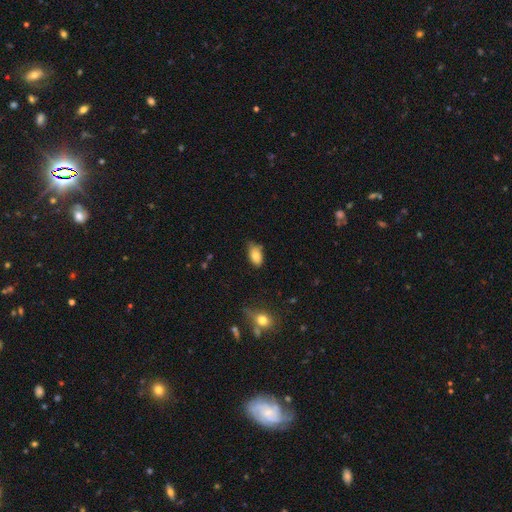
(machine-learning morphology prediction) A smooth galaxy with no disk features (81%) that is in between round and cigar-shaped (92%). Merging: none (61%).